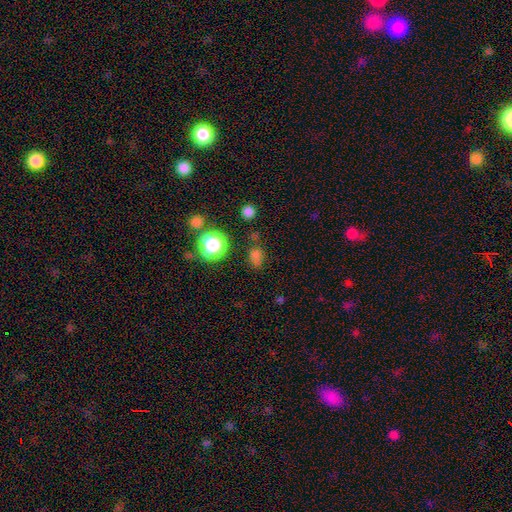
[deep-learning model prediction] Smooth or featured? smooth (67%)
How rounded? round (50%)
Merging? none (65%)